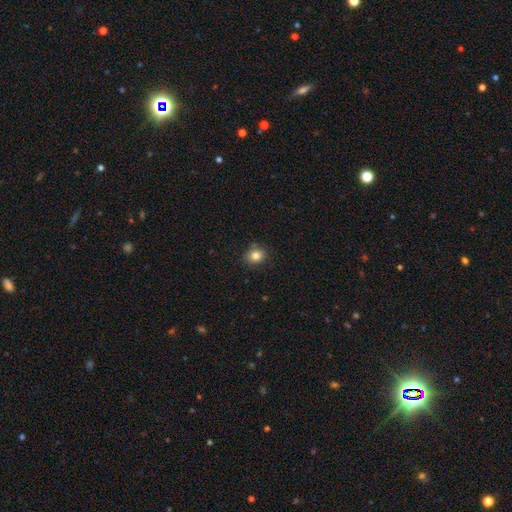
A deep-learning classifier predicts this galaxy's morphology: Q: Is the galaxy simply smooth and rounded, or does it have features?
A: smooth — 82%.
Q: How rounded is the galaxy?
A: round — 70%.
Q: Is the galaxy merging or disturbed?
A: none — 86%.